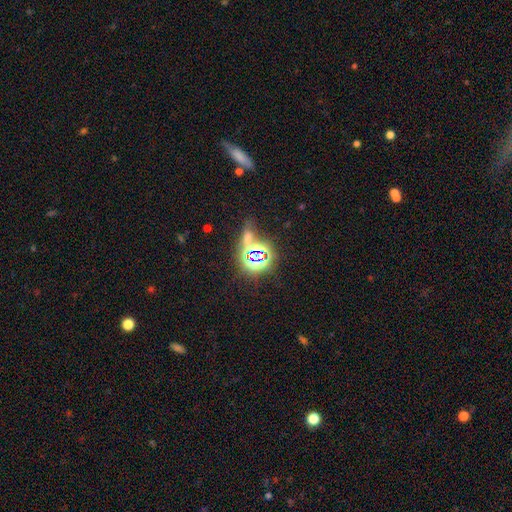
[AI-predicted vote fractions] star or artifact 77%, smooth 14%, featured or disk 10%.